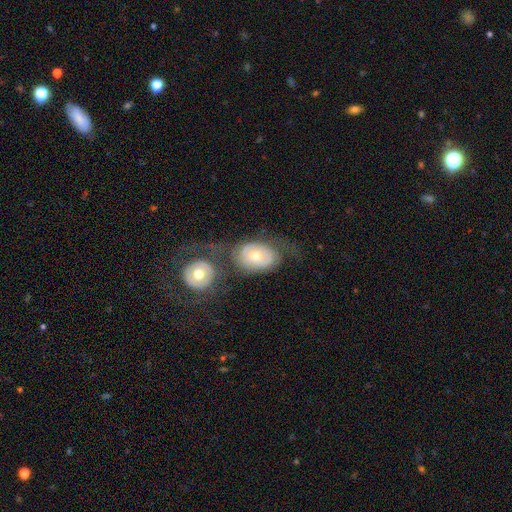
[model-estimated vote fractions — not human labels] This appears to be a featured or disk galaxy (54%) with no bar (82%), no spiral arms (54%) and a moderate central bulge (65%). Merging: none (44%).